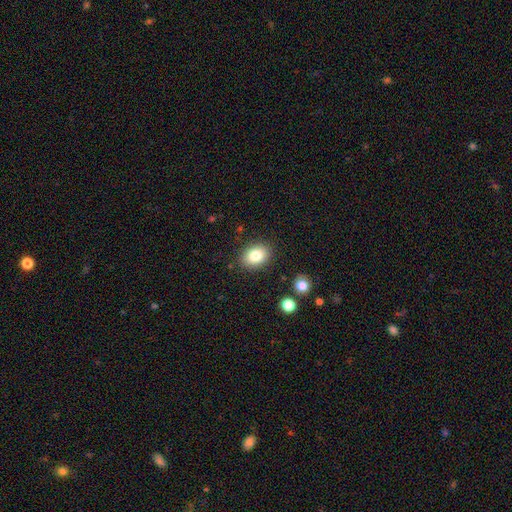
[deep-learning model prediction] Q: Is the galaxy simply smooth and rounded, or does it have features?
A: smooth — 83%.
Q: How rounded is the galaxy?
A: in between — 75%.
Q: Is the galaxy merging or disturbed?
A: none — 86%.